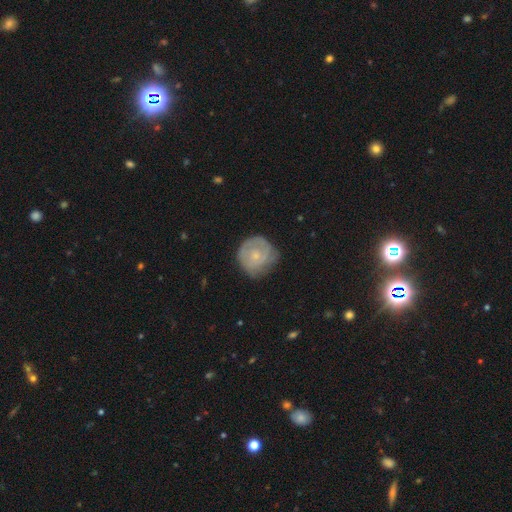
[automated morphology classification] Overall: featured or disk (50%; smooth 43%). Edge-on disk: no (98%). Merging: none (64%; minor disturbance 26%).